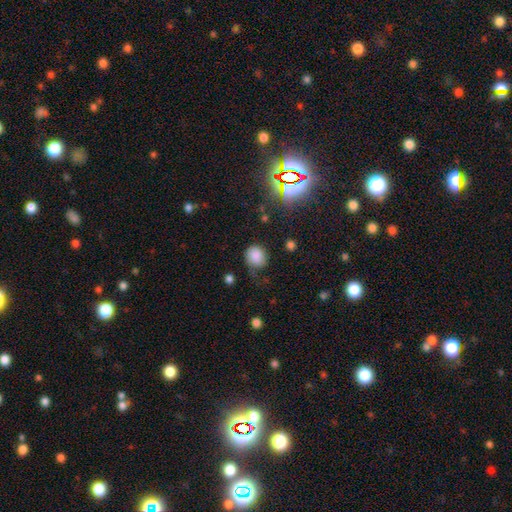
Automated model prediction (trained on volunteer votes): smooth-or-featured: smooth: 78% | star or artifact: 11% | featured or disk: 11%
  how-rounded: round: 70% | in between: 30% | cigar-shaped: 1%
  merging: none: 51% | minor disturbance: 29% | major disturbance: 17% | merger: 2%